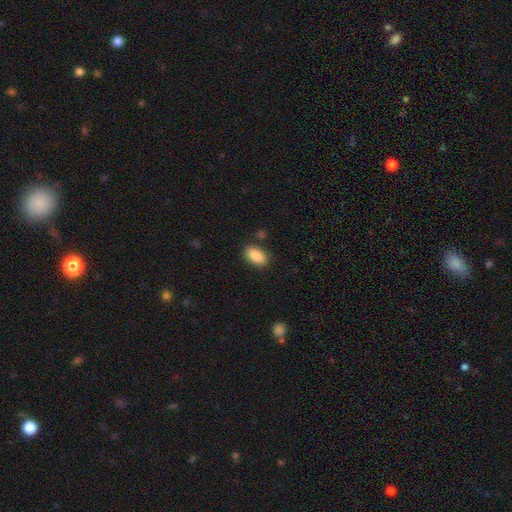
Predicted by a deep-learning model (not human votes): smooth-or-featured: smooth: 88% | star or artifact: 7% | featured or disk: 5%
  how-rounded: in between: 92% | round: 6% | cigar-shaped: 3%
  merging: none: 84% | minor disturbance: 11% | major disturbance: 3% | merger: 3%